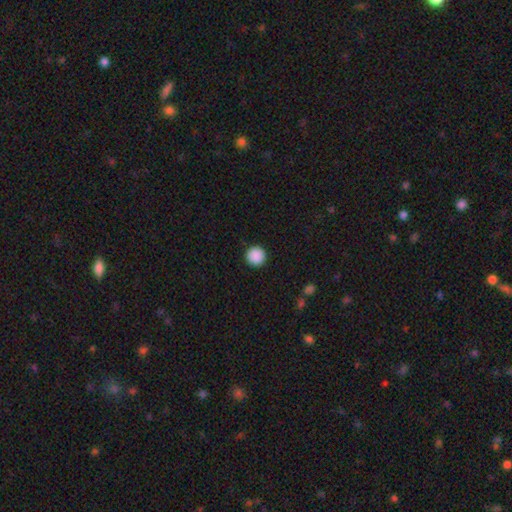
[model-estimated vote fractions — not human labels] Smooth or featured?
  - smooth: 89% *
  - star or artifact: 8%
  - featured or disk: 2%
How rounded?
  - round: 96% *
  - in between: 3%
  - cigar-shaped: 1%
Merging?
  - none: 93% *
  - minor disturbance: 4%
  - major disturbance: 2%
  - merger: 1%